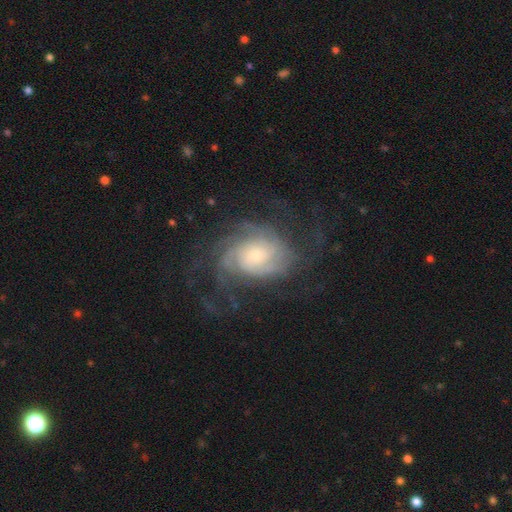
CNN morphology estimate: Overall: featured or disk (83%). Edge-on disk: no (97%). Bar: no (67%; weak 28%). Spiral arms: yes (96%). Spiral arm count: can't tell (36%; 2 16%). Spiral winding: tight (55%; medium 34%). Bulge size: moderate (40%; small 31%). Merging: none (62%).